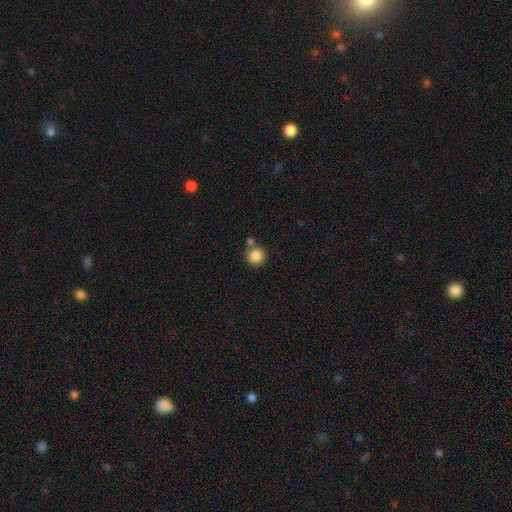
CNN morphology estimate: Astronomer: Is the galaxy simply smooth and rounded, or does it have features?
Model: smooth — 86%.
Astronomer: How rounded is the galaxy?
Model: round — 94%.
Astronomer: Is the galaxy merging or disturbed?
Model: none — 72%.